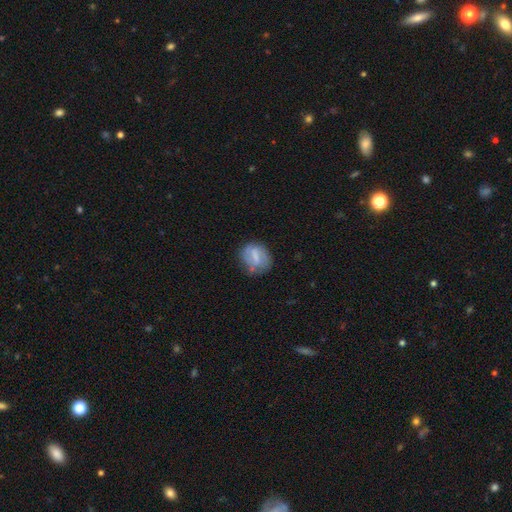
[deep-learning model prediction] The model was most divided on "smooth or featured": featured or disk: 47%, smooth: 45%, star or artifact: 8%. More confident: merging — none (63%).